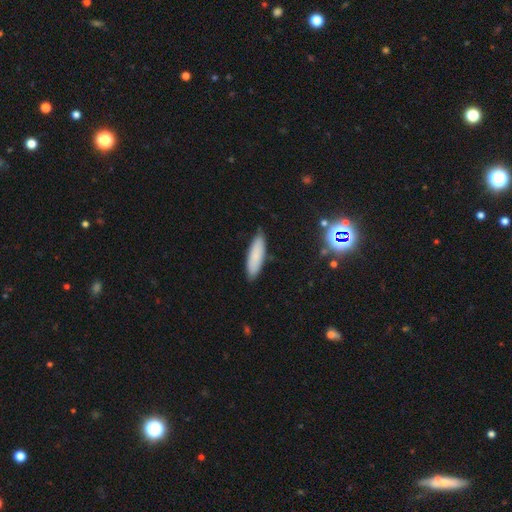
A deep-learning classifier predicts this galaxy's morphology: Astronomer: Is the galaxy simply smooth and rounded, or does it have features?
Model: smooth — 81%.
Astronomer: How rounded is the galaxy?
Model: cigar-shaped — 61% (runner-up: in between, 38%).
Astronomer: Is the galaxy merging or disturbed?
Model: none — 87%.